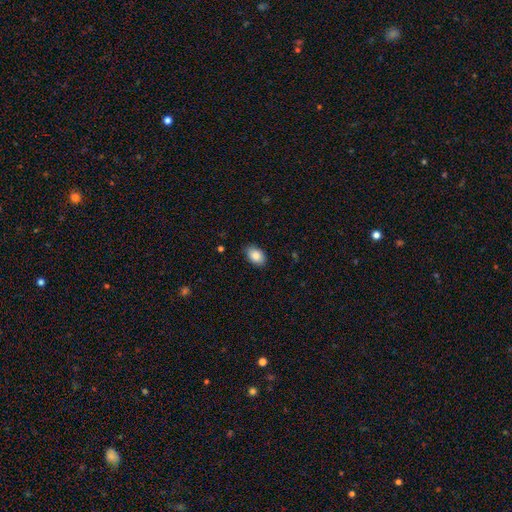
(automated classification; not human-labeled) Smooth or featured?
  - smooth: 87% *
  - star or artifact: 7%
  - featured or disk: 6%
How rounded?
  - in between: 87% *
  - round: 12%
  - cigar-shaped: 1%
Merging?
  - none: 86% *
  - minor disturbance: 11%
  - major disturbance: 2%
  - merger: 1%